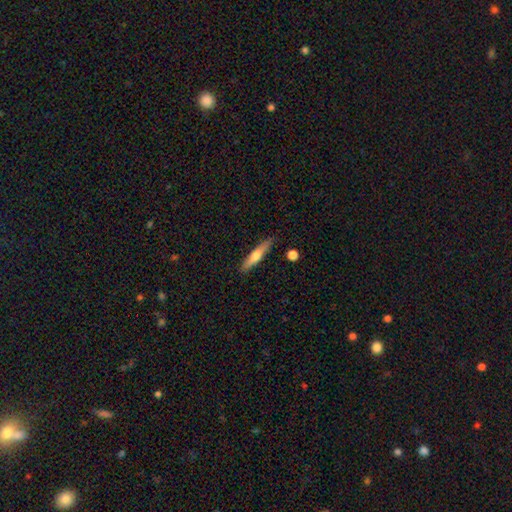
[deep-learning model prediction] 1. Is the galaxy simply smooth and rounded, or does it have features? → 56% smooth, 38% featured or disk, 6% star or artifact.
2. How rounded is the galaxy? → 88% cigar-shaped, 11% in between, 2% round.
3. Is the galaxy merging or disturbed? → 87% none, 9% minor disturbance, 2% merger, 2% major disturbance.